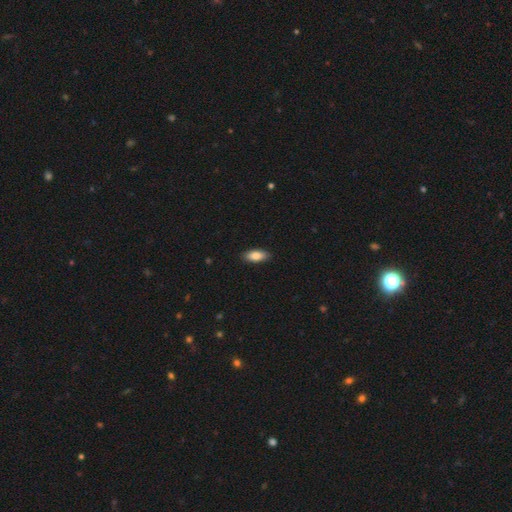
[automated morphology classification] This is clearly a smooth galaxy (85%). How rounded: clearly in between (85%). Merging: clearly none (89%).